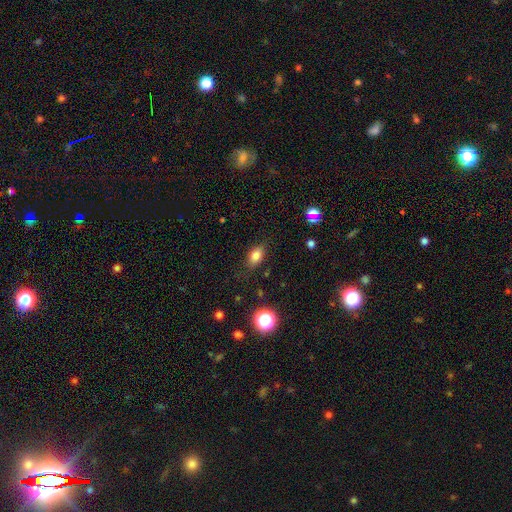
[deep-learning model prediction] Morphology: type=smooth (80%); roundness=in between (84%); merging=none (81%).